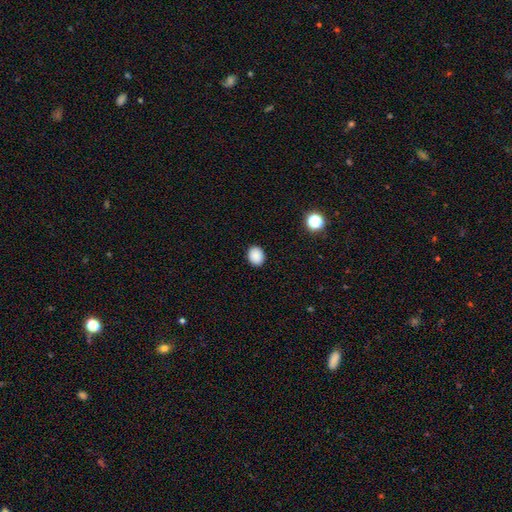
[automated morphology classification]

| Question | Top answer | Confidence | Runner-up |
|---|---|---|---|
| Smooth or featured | smooth | 88% | star or artifact (9%) |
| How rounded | in between | 53% | round (46%) |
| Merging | none | 91% | minor disturbance (7%) |